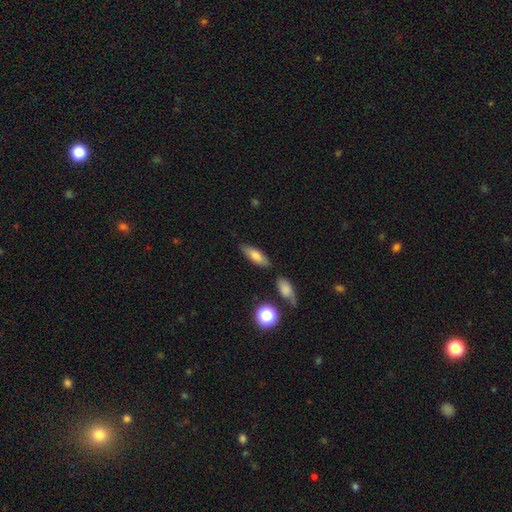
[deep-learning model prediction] Q: Smooth or featured?
A: smooth (72%); runner-up: featured or disk (20%)
Q: How rounded?
A: in between (63%); runner-up: cigar-shaped (34%)
Q: Merging?
A: none (77%); runner-up: minor disturbance (14%)